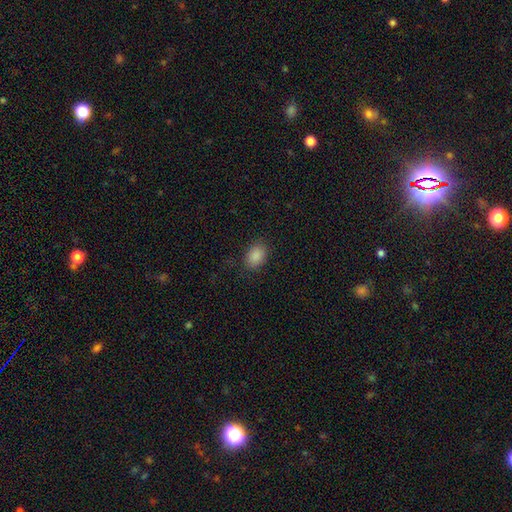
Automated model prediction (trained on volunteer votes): Smooth or featured? smooth (88%)
How rounded? in between (78%)
Merging? none (85%)